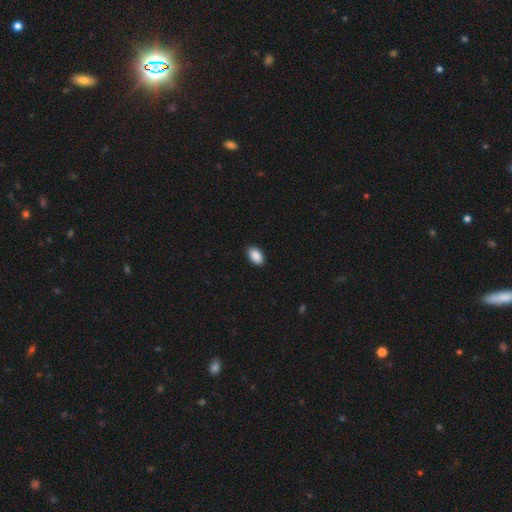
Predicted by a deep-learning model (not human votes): Q: Smooth or featured?
A: smooth (91%); runner-up: star or artifact (7%)
Q: How rounded?
A: in between (94%); runner-up: round (5%)
Q: Merging?
A: none (89%); runner-up: minor disturbance (8%)